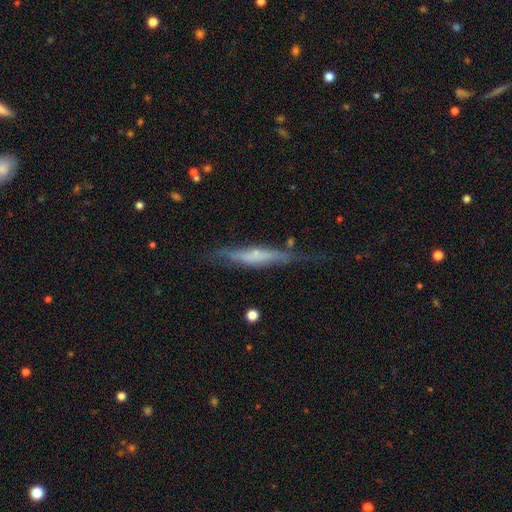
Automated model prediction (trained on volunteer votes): Smooth or featured? featured or disk (58%)
Edge-on disk? yes (86%)
Merging? none (57%)